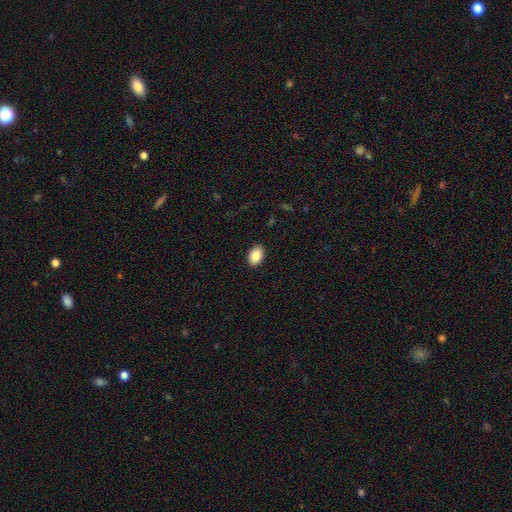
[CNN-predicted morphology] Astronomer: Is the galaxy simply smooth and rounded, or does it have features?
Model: smooth — 86%.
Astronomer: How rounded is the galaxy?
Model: in between — 83%.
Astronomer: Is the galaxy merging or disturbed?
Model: none — 90%.